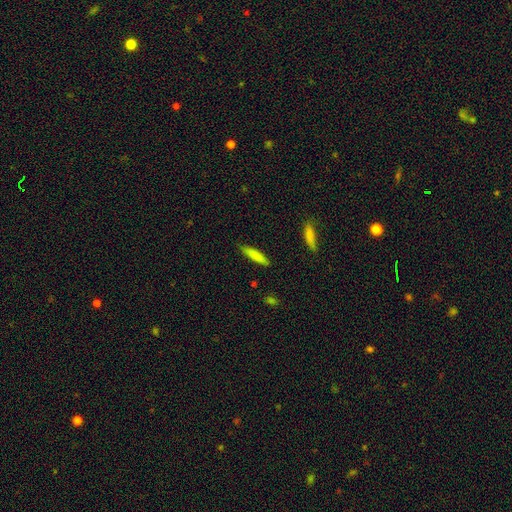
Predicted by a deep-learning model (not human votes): Smooth or featured? Predicted: smooth (p=0.81). How rounded? Predicted: cigar-shaped (p=0.86). Merging? Predicted: none (p=0.87).